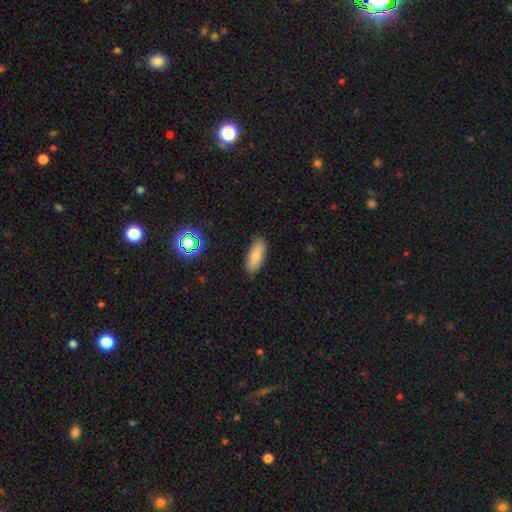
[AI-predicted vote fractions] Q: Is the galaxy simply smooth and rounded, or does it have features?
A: smooth — 75%.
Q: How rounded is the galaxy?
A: in between — 75%.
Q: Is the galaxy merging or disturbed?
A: none — 85%.